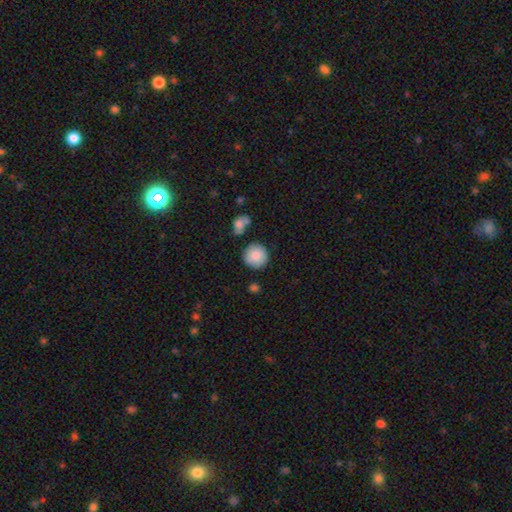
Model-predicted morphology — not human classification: smooth_or_featured: smooth (p=0.86) [alt: featured or disk p=0.07]
how_rounded: round (p=0.94) [alt: in between p=0.05]
merging: none (p=0.81) [alt: minor disturbance p=0.11]